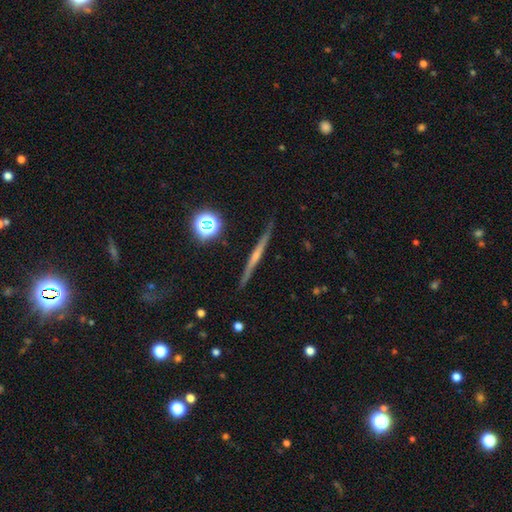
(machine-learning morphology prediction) Smooth or featured? Predicted: featured or disk (p=0.69). Edge-on disk? Predicted: yes (p=0.98). Edge-on bulge? Predicted: rounded (p=0.51). Merging? Predicted: none (p=0.89).